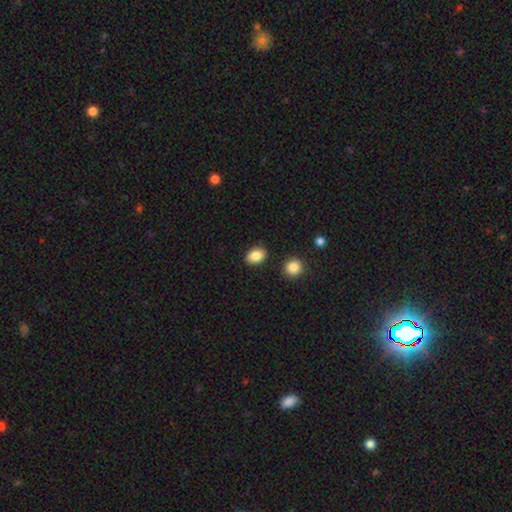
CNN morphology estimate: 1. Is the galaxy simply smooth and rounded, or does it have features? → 86% smooth, 8% star or artifact, 5% featured or disk.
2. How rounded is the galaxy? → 78% in between, 20% round, 1% cigar-shaped.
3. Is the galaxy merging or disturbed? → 87% none, 8% minor disturbance, 3% merger, 2% major disturbance.